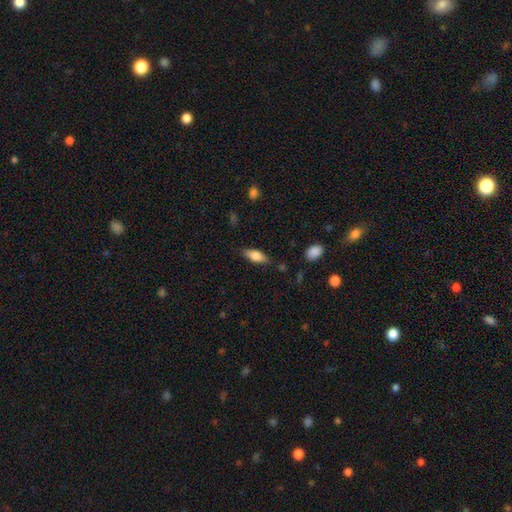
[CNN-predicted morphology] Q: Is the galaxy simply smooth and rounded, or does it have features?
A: smooth — 71%.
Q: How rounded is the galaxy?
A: in between — 73%.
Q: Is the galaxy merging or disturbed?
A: none — 82%.